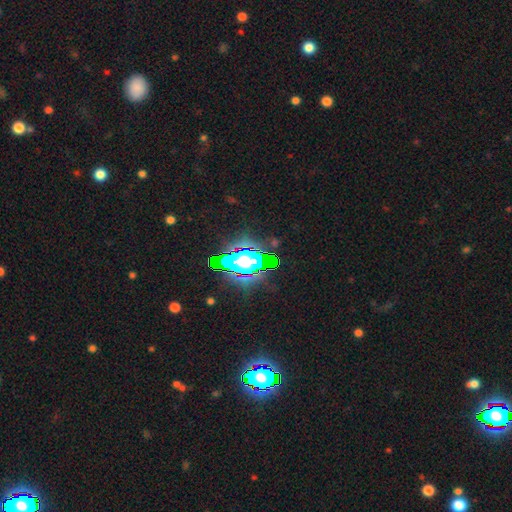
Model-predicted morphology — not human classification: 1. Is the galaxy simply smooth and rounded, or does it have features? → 82% star or artifact, 10% smooth, 8% featured or disk.